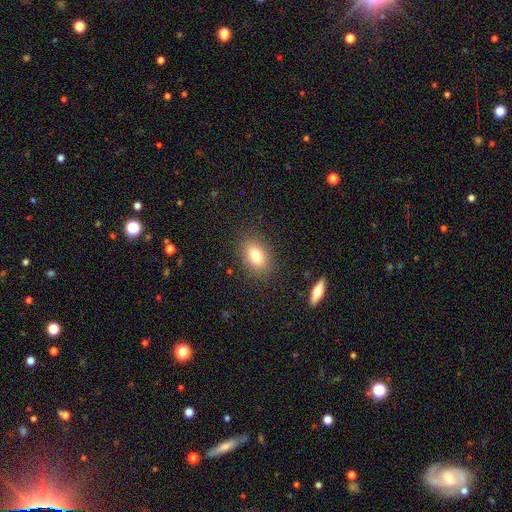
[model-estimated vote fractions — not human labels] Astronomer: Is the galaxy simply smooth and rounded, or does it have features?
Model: smooth — 78%.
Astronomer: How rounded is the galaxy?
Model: in between — 80%.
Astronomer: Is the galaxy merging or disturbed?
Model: none — 86%.